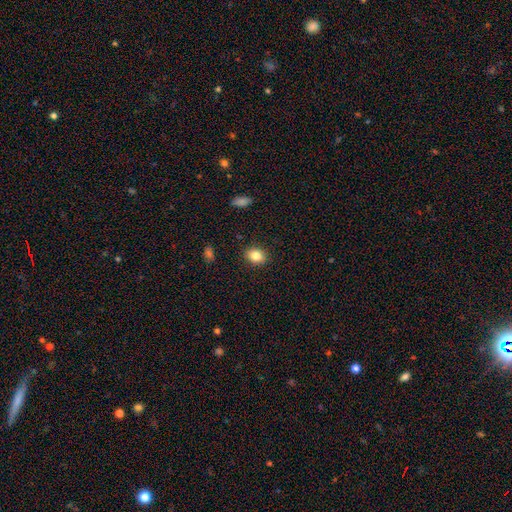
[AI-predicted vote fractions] smooth 83%, star or artifact 10%, featured or disk 7%. Down the decision tree: how rounded — in between (55%); merging — none (89%).